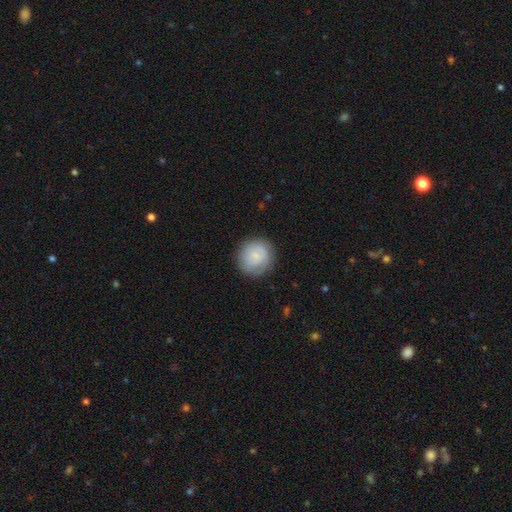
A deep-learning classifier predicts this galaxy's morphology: Smooth or featured? Predicted: smooth (p=0.72). How rounded? Predicted: round (p=0.92). Merging? Predicted: none (p=0.84).